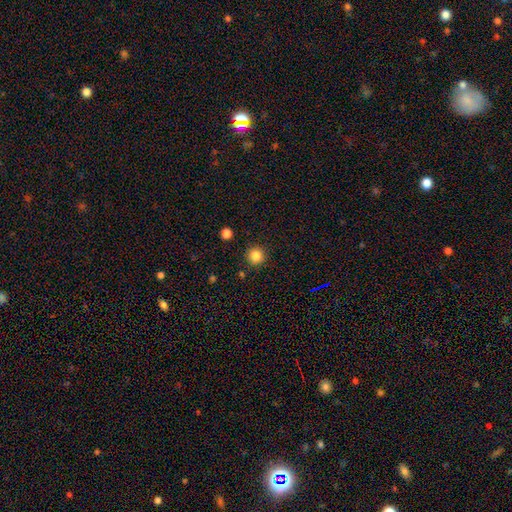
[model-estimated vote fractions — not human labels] This appears to be a smooth galaxy with no disk features (85%) that is round (95%). Merging: none (90%).